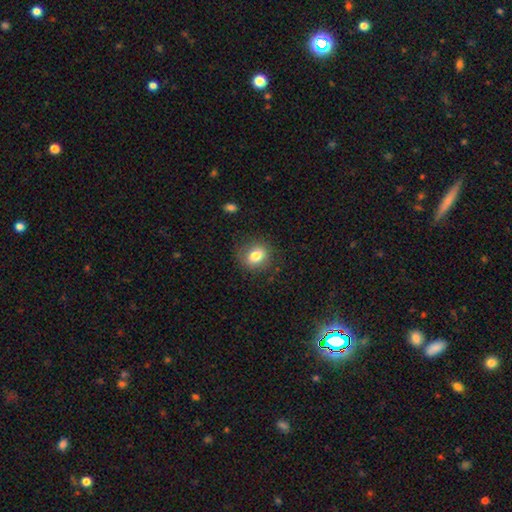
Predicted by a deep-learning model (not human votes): This appears to be a smooth galaxy with no disk features (81%) that is round (54%). Merging: none (82%).